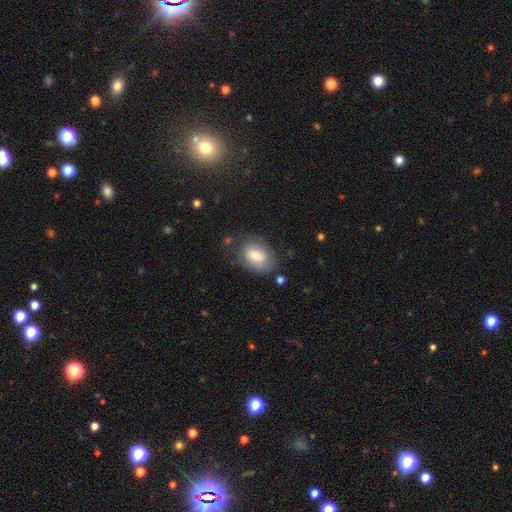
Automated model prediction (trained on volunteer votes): Morphology: type=smooth (66%); roundness=in between (85%); merging=none (64%).